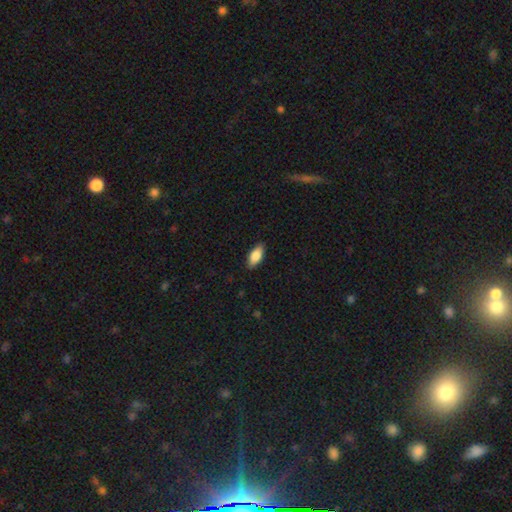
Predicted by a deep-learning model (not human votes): Smooth or featured?
  - smooth: 84% *
  - featured or disk: 10%
  - star or artifact: 6%
How rounded?
  - in between: 85% *
  - cigar-shaped: 12%
  - round: 2%
Merging?
  - none: 87% *
  - minor disturbance: 10%
  - major disturbance: 2%
  - merger: 1%